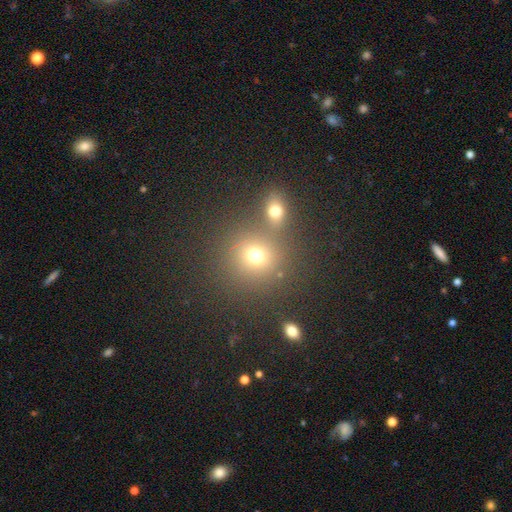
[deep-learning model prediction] Morphology: type=smooth (73%); roundness=round (84%); merging=none (62%).